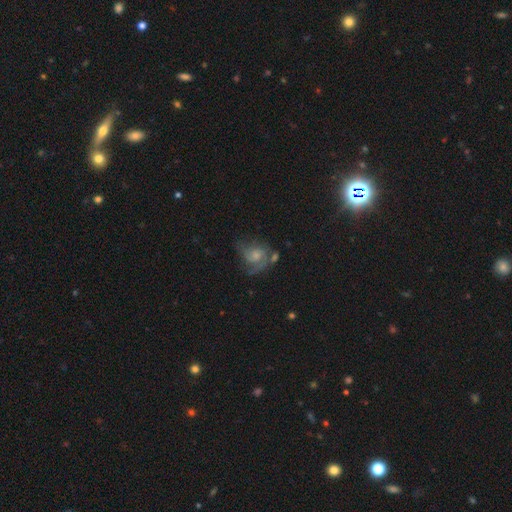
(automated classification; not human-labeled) Morphology: type=featured or disk (66%); edge-on=no (98%); bar=no (71%); spiral arms=yes (86%); winding=medium (45%); arm count=2 (51%); bulge=small (38%); merging=none (41%).